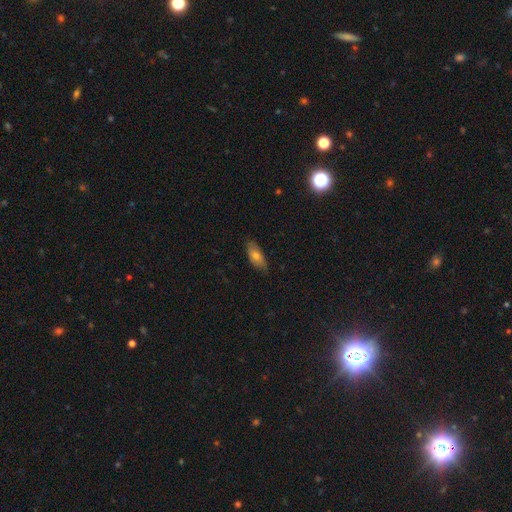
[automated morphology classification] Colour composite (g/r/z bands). It shows a smooth galaxy with no disk features (71%) that is in between round and cigar-shaped (79%). Merging: none (81%).